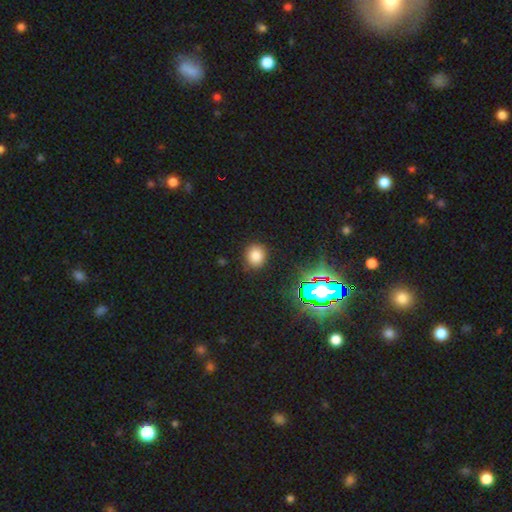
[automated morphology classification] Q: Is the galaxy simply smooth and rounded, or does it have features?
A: smooth — 78%.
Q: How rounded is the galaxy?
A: round — 79%.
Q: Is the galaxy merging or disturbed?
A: none — 87%.